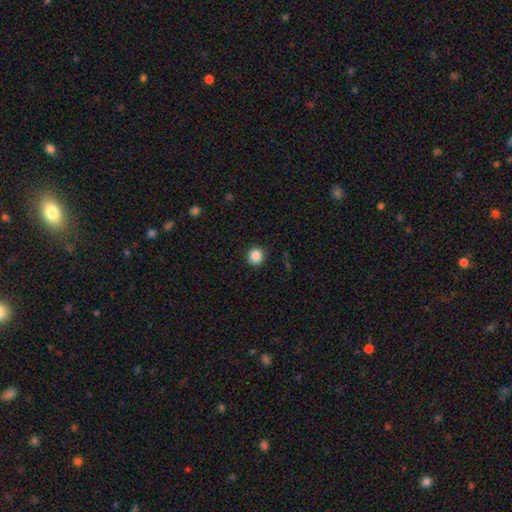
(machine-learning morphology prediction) smooth_or_featured: smooth (p=0.87) [alt: star or artifact p=0.10]
how_rounded: round (p=0.93) [alt: in between p=0.06]
merging: none (p=0.91) [alt: minor disturbance p=0.06]